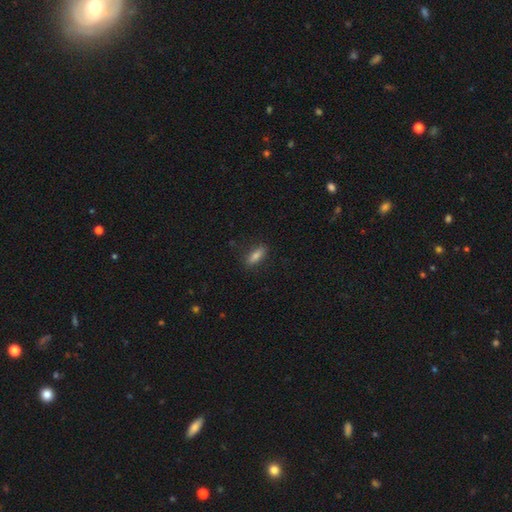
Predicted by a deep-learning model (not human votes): smooth-or-featured: smooth: 76% | featured or disk: 14% | star or artifact: 10%
  how-rounded: in between: 58% | cigar-shaped: 39% | round: 3%
  merging: none: 84% | minor disturbance: 12% | major disturbance: 3% | merger: 1%